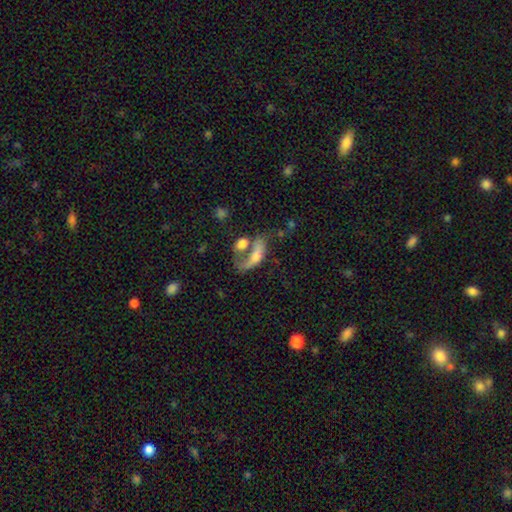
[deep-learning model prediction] Smooth or featured? Predicted: smooth (p=0.49). Merging? Predicted: merger (p=0.45).